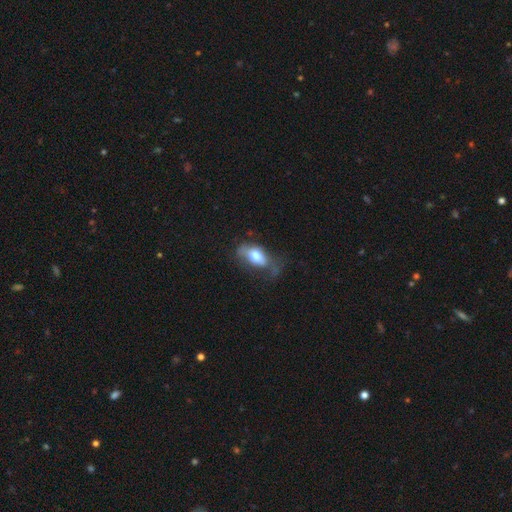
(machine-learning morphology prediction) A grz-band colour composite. It shows a smooth galaxy with no disk features (64%) that is in between round and cigar-shaped (86%). Merging: major disturbance (33%).